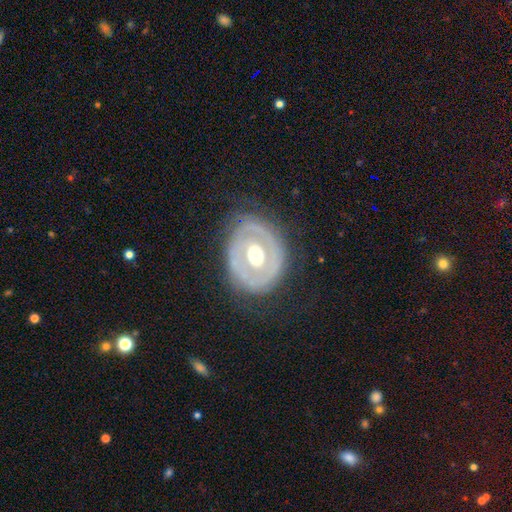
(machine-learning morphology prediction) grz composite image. It shows a featured or disk galaxy (67%) with no bar (76%), no spiral arms (76%) and a moderate central bulge (65%). Merging: none (72%).